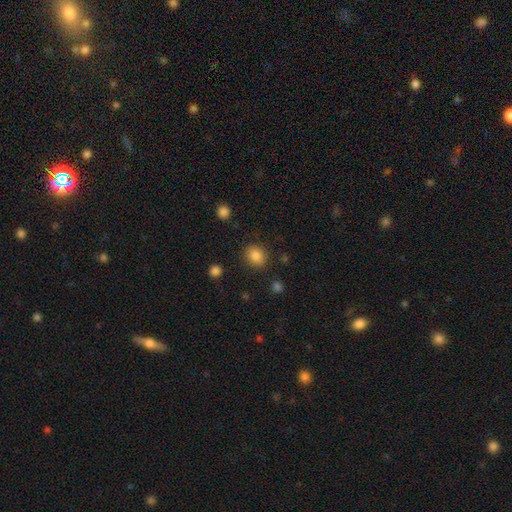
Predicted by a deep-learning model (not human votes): Q: Smooth or featured?
A: smooth (85%); runner-up: star or artifact (10%)
Q: How rounded?
A: round (67%); runner-up: in between (32%)
Q: Merging?
A: none (85%); runner-up: minor disturbance (9%)